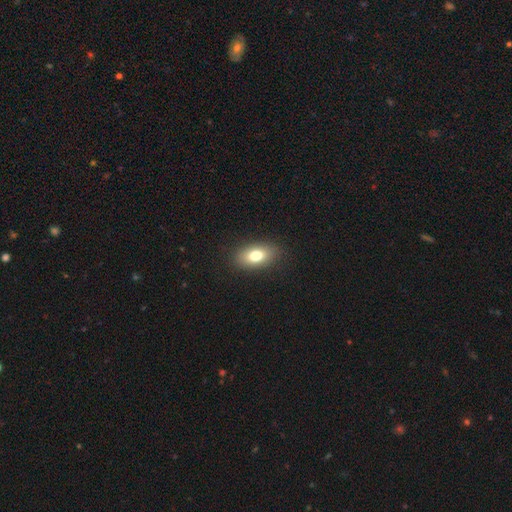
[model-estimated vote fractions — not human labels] smooth-or-featured: smooth: 77% | featured or disk: 14% | star or artifact: 9%
  how-rounded: in between: 87% | round: 8% | cigar-shaped: 4%
  merging: none: 88% | minor disturbance: 9% | major disturbance: 3% | merger: 1%